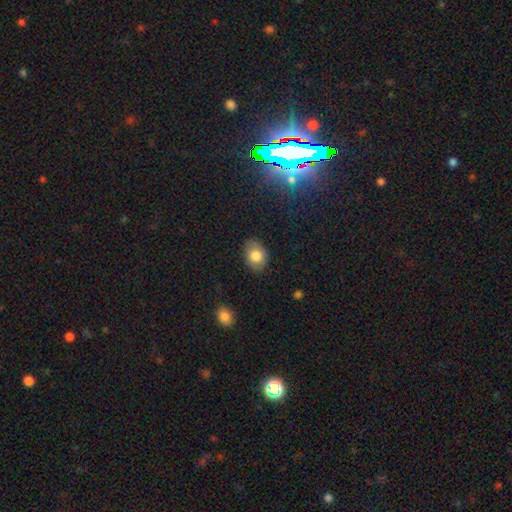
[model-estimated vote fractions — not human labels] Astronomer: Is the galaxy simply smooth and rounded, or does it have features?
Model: smooth — 79%.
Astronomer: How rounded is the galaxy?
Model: in between — 71%.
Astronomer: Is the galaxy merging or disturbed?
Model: none — 83%.